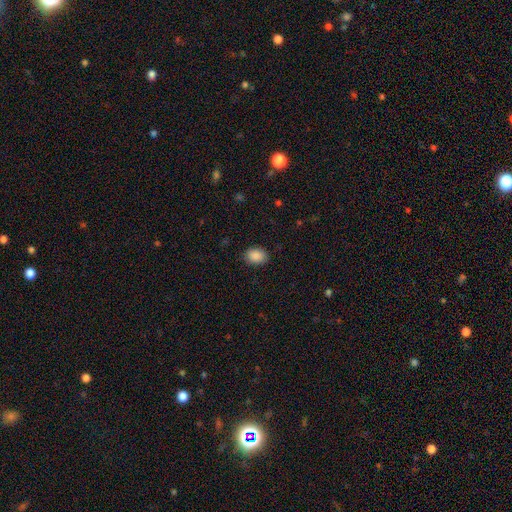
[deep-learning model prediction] smooth 89%, star or artifact 8%, featured or disk 3%. Down the decision tree: how rounded — in between (76%); merging — none (87%).